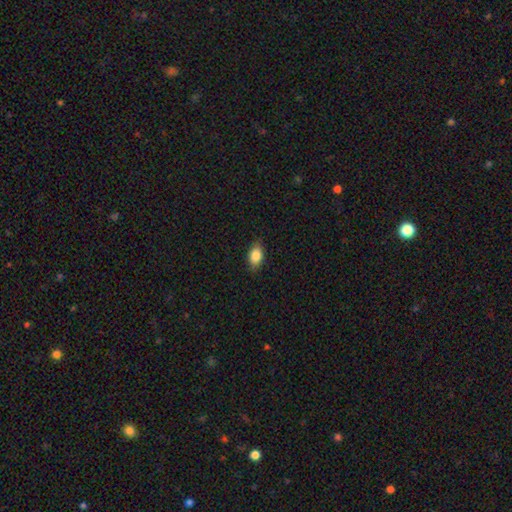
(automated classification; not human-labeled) Overall: smooth (83%). How rounded: in between (85%). Merging: none (84%).